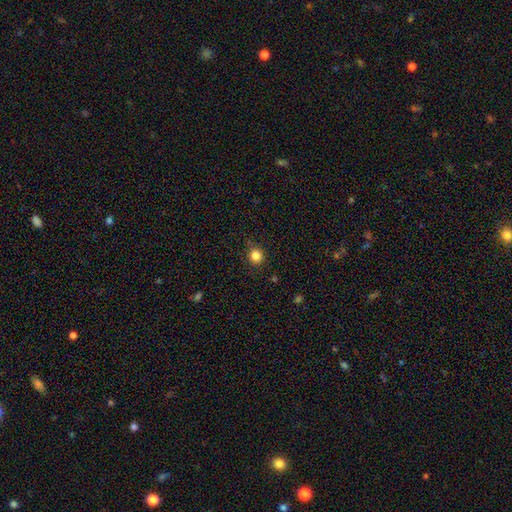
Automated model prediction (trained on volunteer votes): A smooth galaxy with no disk features (84%) that is round (91%).

Vote fractions:
- Smooth or featured? smooth: 84% / star or artifact: 12% / featured or disk: 4%
- How rounded? round: 91% / in between: 8% / cigar-shaped: 1%
- Merging? none: 88% / minor disturbance: 8% / major disturbance: 2% / merger: 1%